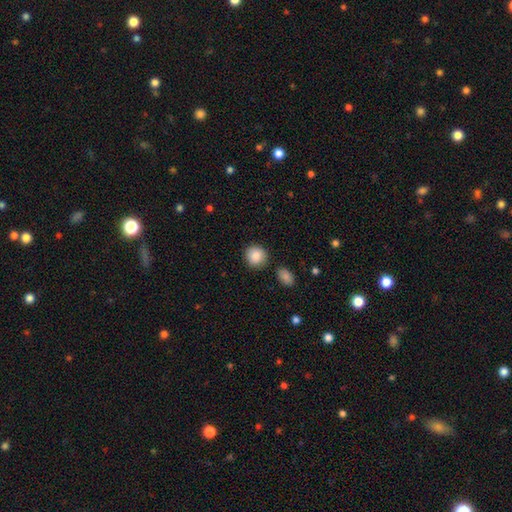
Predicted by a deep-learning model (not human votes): This appears to be a smooth galaxy with no disk features (87%) that is round (89%). Merging: none (85%).